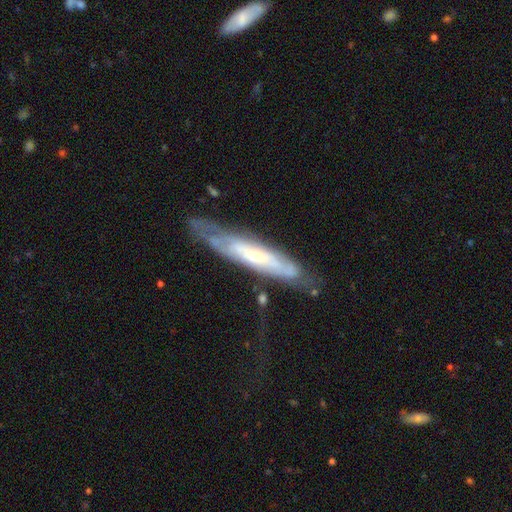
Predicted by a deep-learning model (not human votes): Smooth or featured? Predicted: featured or disk (p=0.73). Edge-on disk? Predicted: no (p=0.59). Merging? Predicted: none (p=0.59).